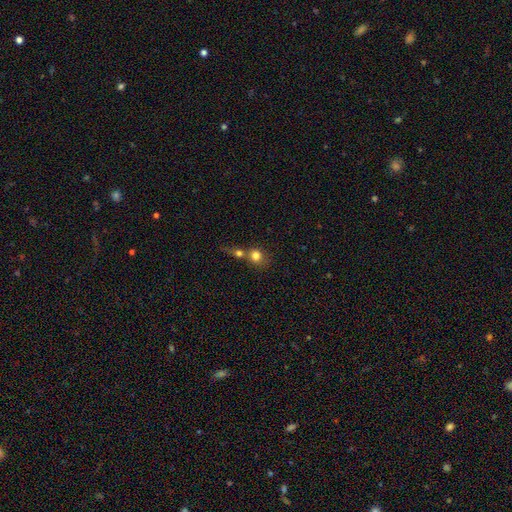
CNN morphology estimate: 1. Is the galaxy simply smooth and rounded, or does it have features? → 77% smooth, 12% featured or disk, 11% star or artifact.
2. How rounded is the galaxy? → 82% round, 17% in between, 1% cigar-shaped.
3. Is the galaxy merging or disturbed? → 51% merger, 38% none, 7% minor disturbance, 5% major disturbance.